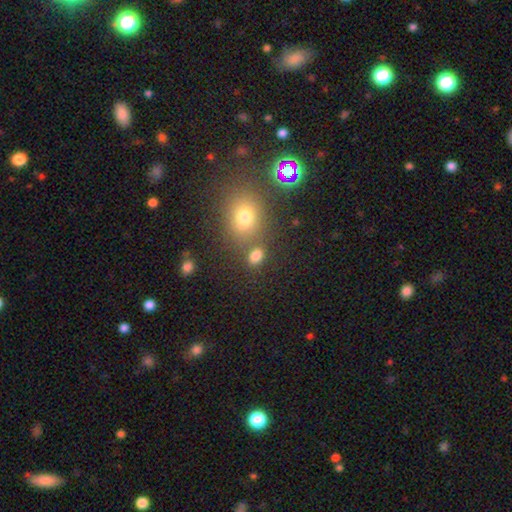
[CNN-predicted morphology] smooth 78%, star or artifact 16%, featured or disk 6%. Down the decision tree: how rounded — in between (62%); merging — none (67%).